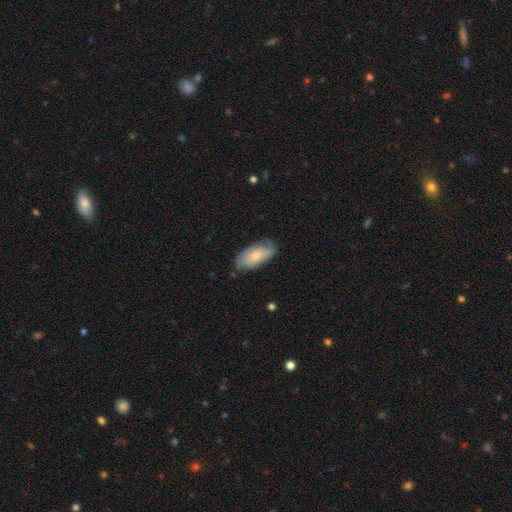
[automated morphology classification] Smooth or featured? Predicted: smooth (p=0.65). How rounded? Predicted: in between (p=0.89). Merging? Predicted: none (p=0.70).